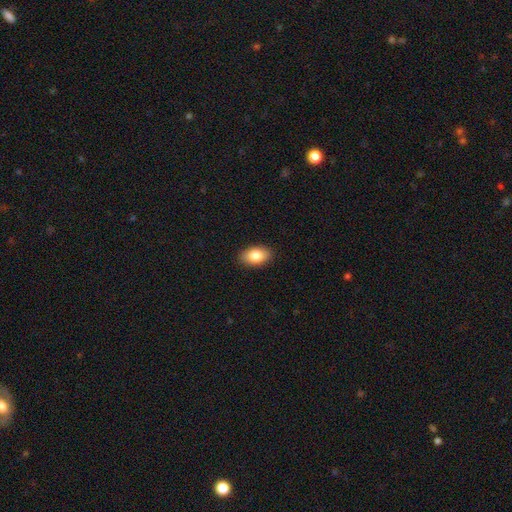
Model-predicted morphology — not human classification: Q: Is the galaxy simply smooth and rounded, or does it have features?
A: smooth — 83%.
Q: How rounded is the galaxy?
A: in between — 90%.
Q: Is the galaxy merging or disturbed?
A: none — 90%.